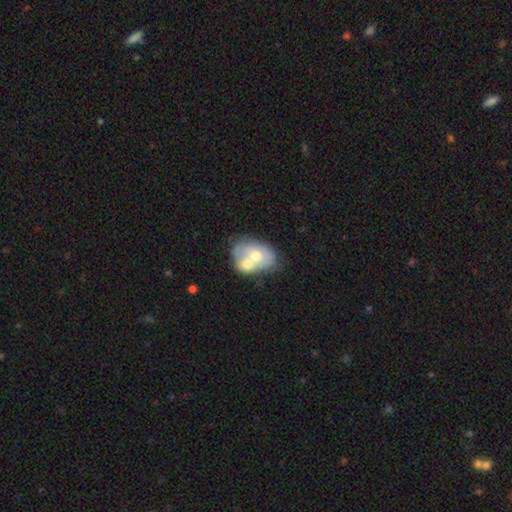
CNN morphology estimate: Smooth or featured? smooth (55%)
How rounded? in between (73%)
Merging? merger (66%)